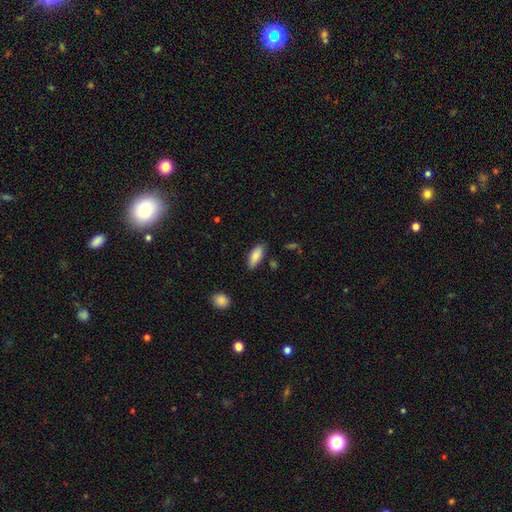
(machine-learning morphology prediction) Q: Smooth or featured?
A: smooth (85%); runner-up: featured or disk (9%)
Q: How rounded?
A: in between (79%); runner-up: cigar-shaped (19%)
Q: Merging?
A: none (83%); runner-up: minor disturbance (12%)